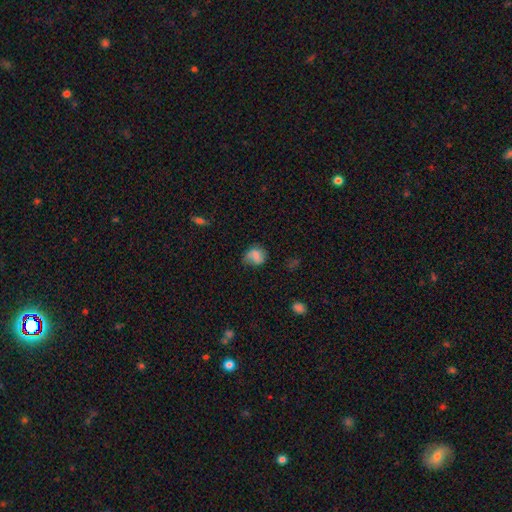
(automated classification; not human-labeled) This is likely a smooth galaxy (70%). How rounded: likely round (61%). Merging: possibly none (54%).